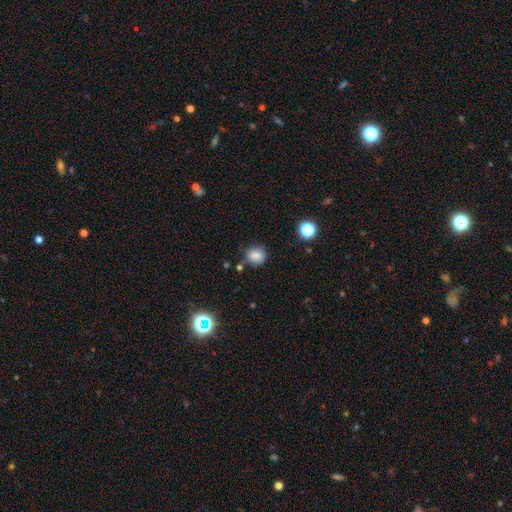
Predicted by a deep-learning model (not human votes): Morphology: type=smooth (82%); roundness=round (86%); merging=none (79%).